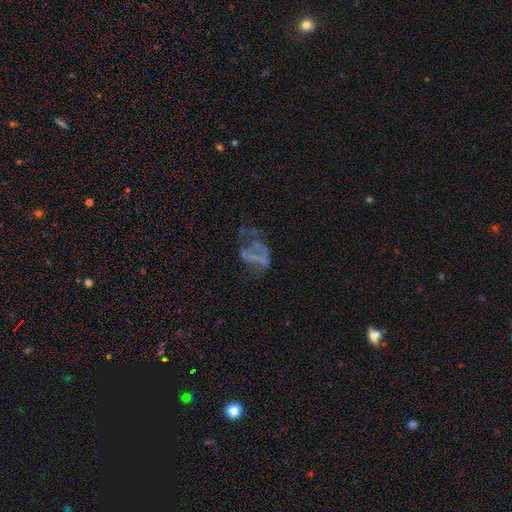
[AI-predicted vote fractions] Smooth or featured?
  - featured or disk: 51% *
  - smooth: 26%
  - star or artifact: 23%
Edge-on disk?
  - no: 96% *
  - yes: 4%
Merging?
  - major disturbance: 47% *
  - none: 30%
  - minor disturbance: 17%
  - merger: 7%